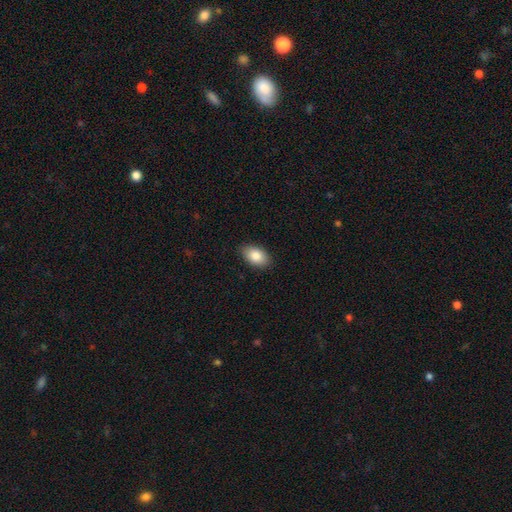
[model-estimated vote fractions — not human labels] A smooth galaxy with no disk features (86%) that is in between round and cigar-shaped (92%). Merging: none (87%).